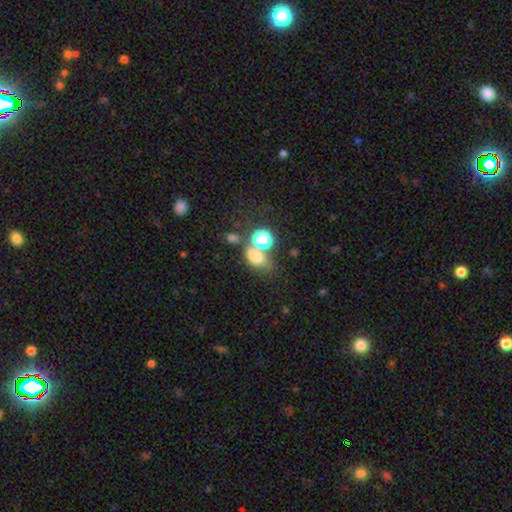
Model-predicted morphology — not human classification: smooth-or-featured: smooth: 67% | star or artifact: 20% | featured or disk: 13%
  how-rounded: in between: 63% | round: 36% | cigar-shaped: 2%
  merging: merger: 43% | none: 33% | minor disturbance: 13% | major disturbance: 11%